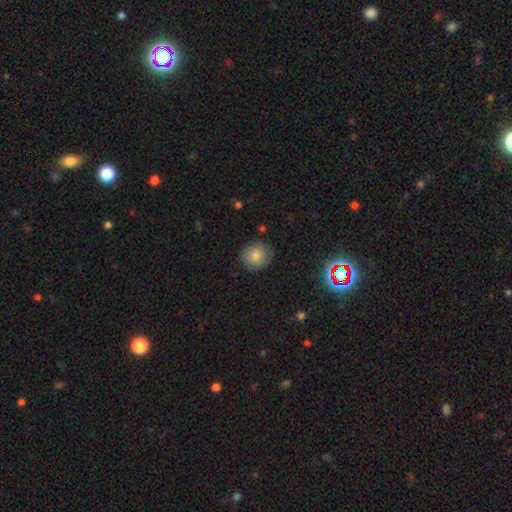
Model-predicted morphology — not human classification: smooth_or_featured: smooth (p=0.80) [alt: featured or disk p=0.11]
how_rounded: round (p=0.79) [alt: in between p=0.20]
merging: none (p=0.82) [alt: minor disturbance p=0.13]